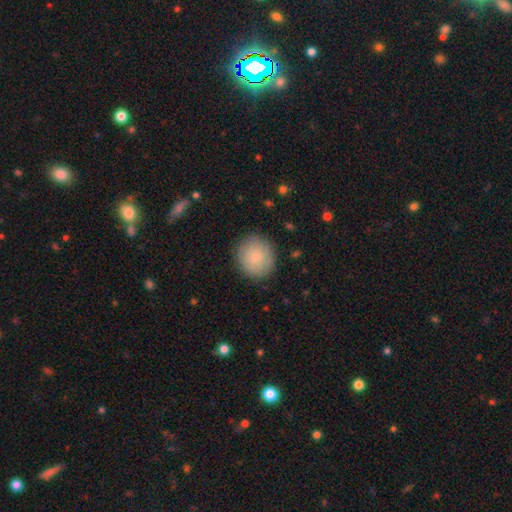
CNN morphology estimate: Overall: smooth (83%). How rounded: round (89%). Merging: none (88%).